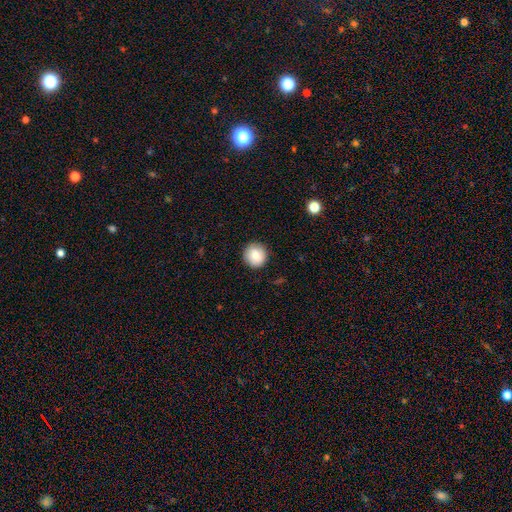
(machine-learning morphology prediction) This is clearly a smooth galaxy (80%). How rounded: clearly round (93%). Merging: clearly none (89%).